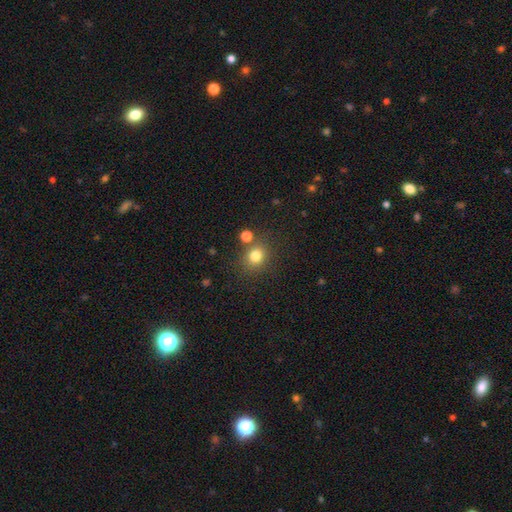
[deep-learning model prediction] Smooth or featured? Predicted: smooth (p=0.79). How rounded? Predicted: round (p=0.78). Merging? Predicted: none (p=0.75).